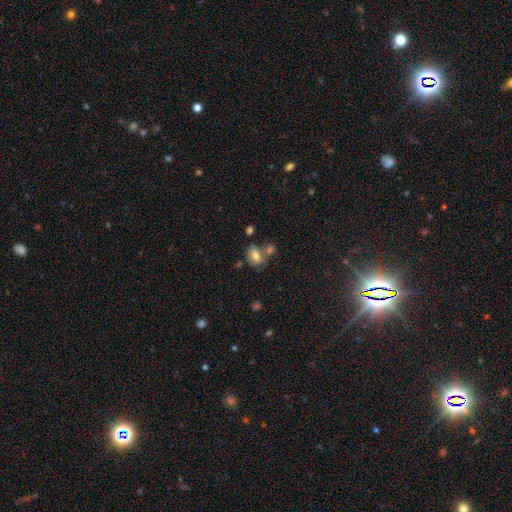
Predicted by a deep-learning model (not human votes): A smooth galaxy with no disk features (72%) that is in between round and cigar-shaped (74%).

Vote fractions:
- Smooth or featured? smooth: 72% / featured or disk: 17% / star or artifact: 10%
- How rounded? in between: 74% / round: 24% / cigar-shaped: 2%
- Merging? none: 48% / merger: 31% / minor disturbance: 16% / major disturbance: 6%